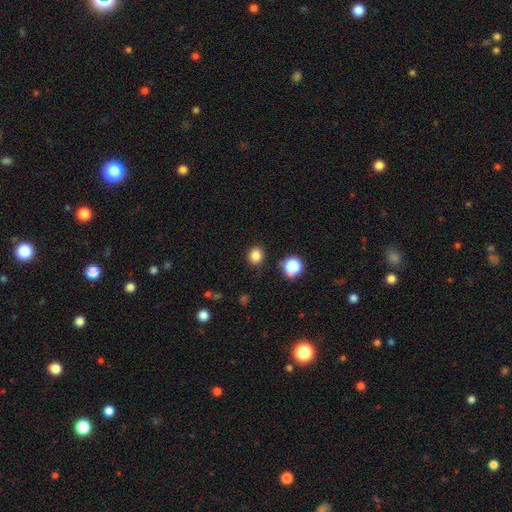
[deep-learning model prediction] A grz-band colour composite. It shows a smooth galaxy with no disk features (83%) that is round (80%). Merging: none (88%).